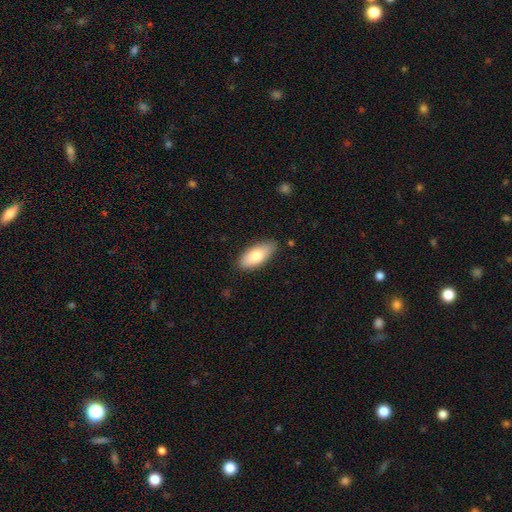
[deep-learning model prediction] The model was most divided on "smooth or featured": smooth: 76%, featured or disk: 18%, star or artifact: 6%. More confident: how rounded — in between (86%); merging — none (83%).